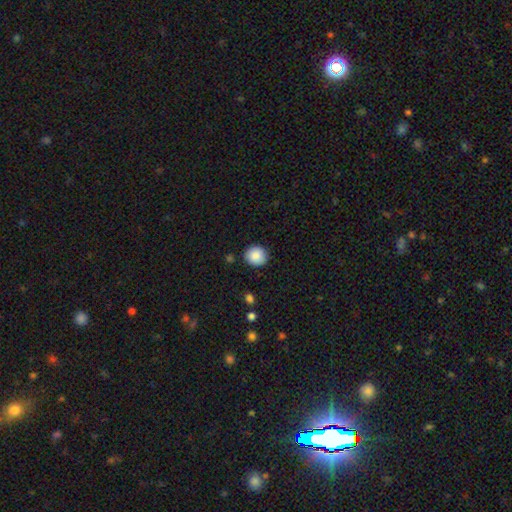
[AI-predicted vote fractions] Smooth or featured: smooth — 88% (star or artifact — 8%)
How rounded: round — 90% (in between — 9%)
Merging: none — 89% (minor disturbance — 7%)